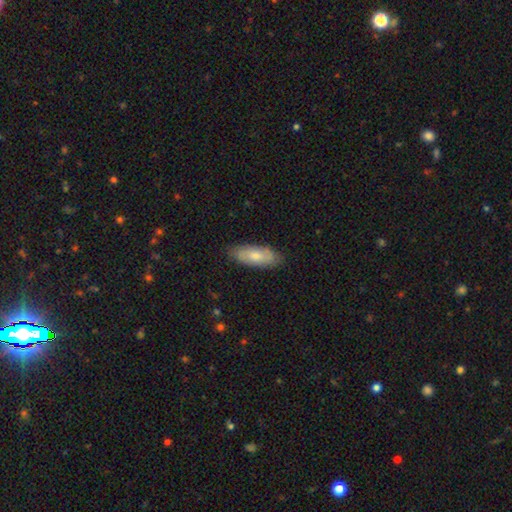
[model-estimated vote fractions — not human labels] Smooth or featured? Predicted: smooth (p=0.67). How rounded? Predicted: in between (p=0.78). Merging? Predicted: none (p=0.81).